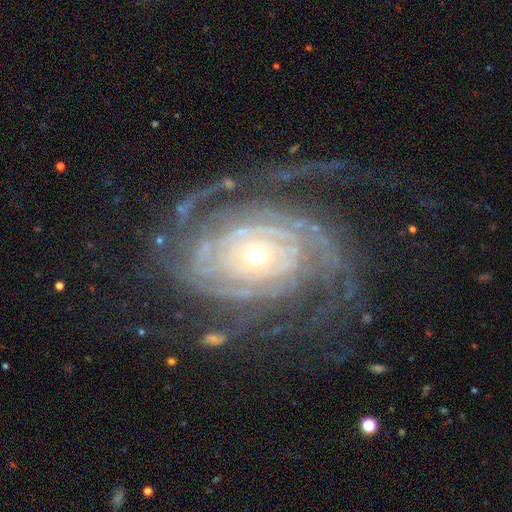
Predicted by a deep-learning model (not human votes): smooth_or_featured: featured or disk (p=0.91) [alt: star or artifact p=0.06]
disk_edge_on: no (p=0.97) [alt: yes p=0.03]
bar: no (p=0.76) [alt: weak p=0.15]
has_spiral_arms: yes (p=0.97) [alt: no p=0.03]
spiral_winding: tight (p=0.75) [alt: medium p=0.20]
spiral_arm_count: 2 (p=0.24) [alt: can't tell p=0.23]
bulge_size: small (p=0.66) [alt: moderate p=0.29]
merging: none (p=0.64) [alt: major disturbance p=0.18]